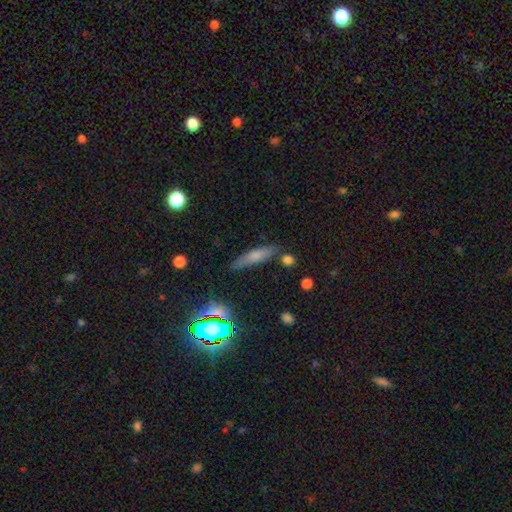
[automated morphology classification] Smooth or featured: smooth — 66% (featured or disk — 23%)
How rounded: cigar-shaped — 74% (in between — 23%)
Merging: none — 75% (minor disturbance — 16%)